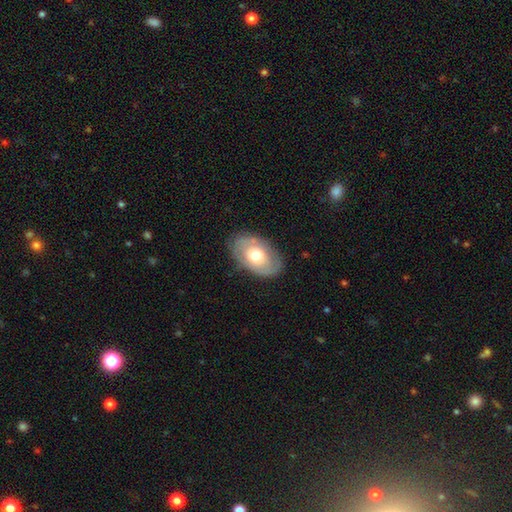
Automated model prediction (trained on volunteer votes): A smooth galaxy with no disk features (57%) that is in between round and cigar-shaped (89%).

Vote fractions:
- Smooth or featured? smooth: 57% / featured or disk: 36% / star or artifact: 6%
- How rounded? in between: 89% / round: 10% / cigar-shaped: 1%
- Merging? none: 79% / minor disturbance: 16% / major disturbance: 4% / merger: 1%